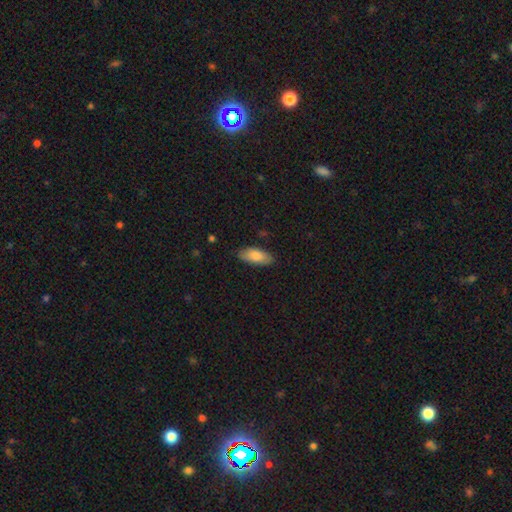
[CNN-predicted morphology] A smooth galaxy with no disk features (83%) that is in between round and cigar-shaped (84%). Merging: none (83%).